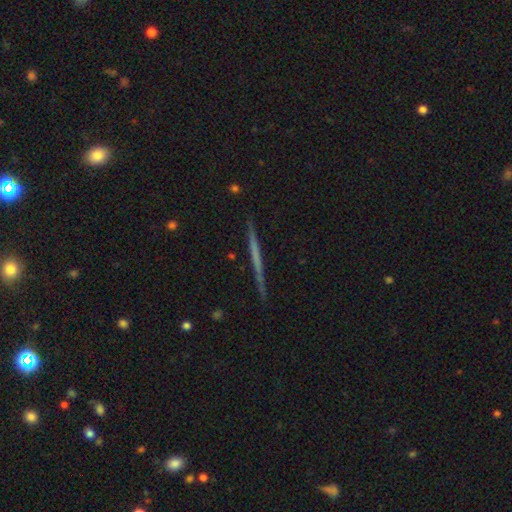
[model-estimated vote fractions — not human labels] Smooth or featured: featured or disk — 56% (smooth — 38%)
Edge-on disk: yes — 98% (no — 2%)
Edge-on bulge: none — 92% (rounded — 5%)
Merging: none — 91% (minor disturbance — 6%)